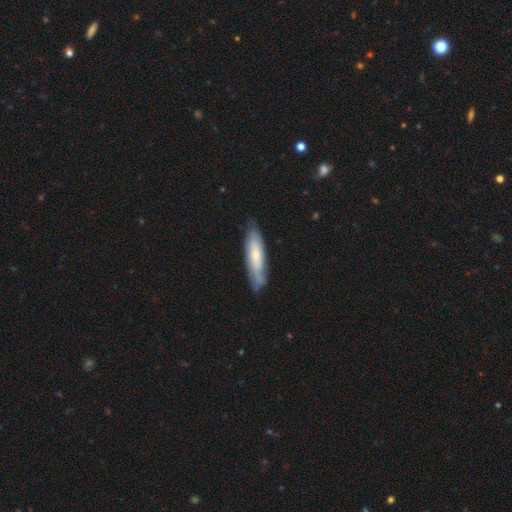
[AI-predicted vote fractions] This is possibly a smooth galaxy (53%). How rounded: likely cigar-shaped (68%). Merging: likely none (72%).